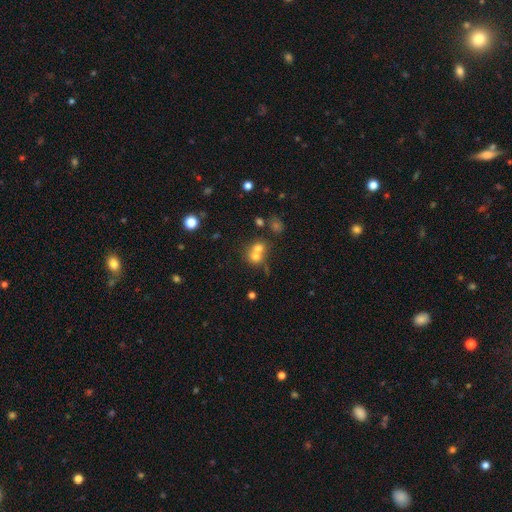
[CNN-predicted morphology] This appears to be a smooth galaxy with no disk features (68%) that is round (79%). Merging: merger (60%).